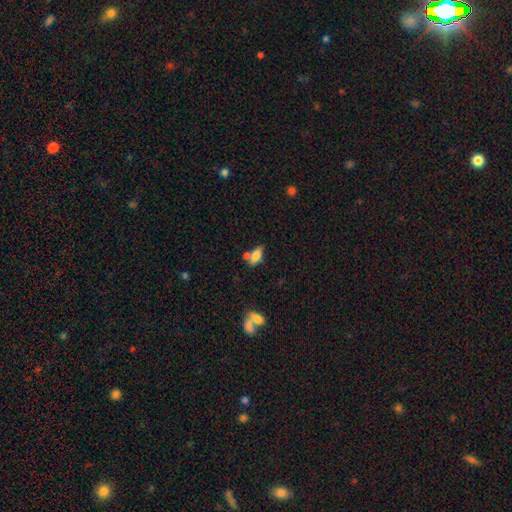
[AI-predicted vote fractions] smooth 72%, featured or disk 19%, star or artifact 9%. Down the decision tree: how rounded — in between (83%); merging — none (49%).